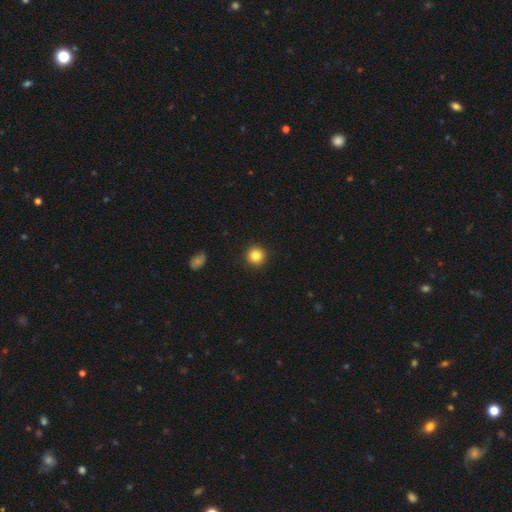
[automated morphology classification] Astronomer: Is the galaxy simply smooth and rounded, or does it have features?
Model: smooth — 84%.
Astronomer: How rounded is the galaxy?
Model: round — 94%.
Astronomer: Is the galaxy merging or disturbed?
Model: none — 92%.